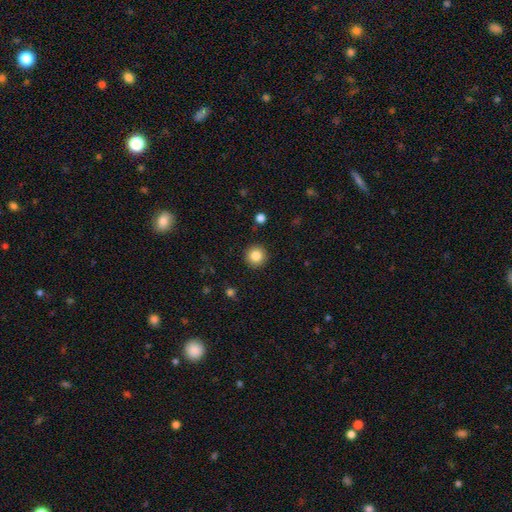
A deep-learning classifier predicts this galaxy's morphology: smooth 84%, star or artifact 10%, featured or disk 6%. Down the decision tree: how rounded — round (95%); merging — none (92%).